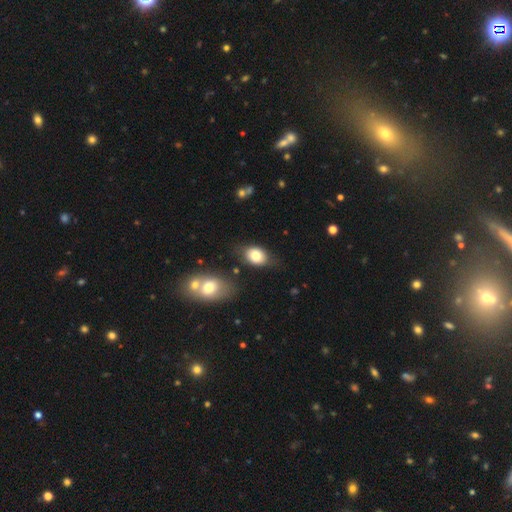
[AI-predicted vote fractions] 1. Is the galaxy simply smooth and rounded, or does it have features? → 78% smooth, 14% featured or disk, 8% star or artifact.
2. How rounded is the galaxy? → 77% in between, 21% round, 1% cigar-shaped.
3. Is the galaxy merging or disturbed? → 71% none, 17% minor disturbance, 7% merger, 5% major disturbance.